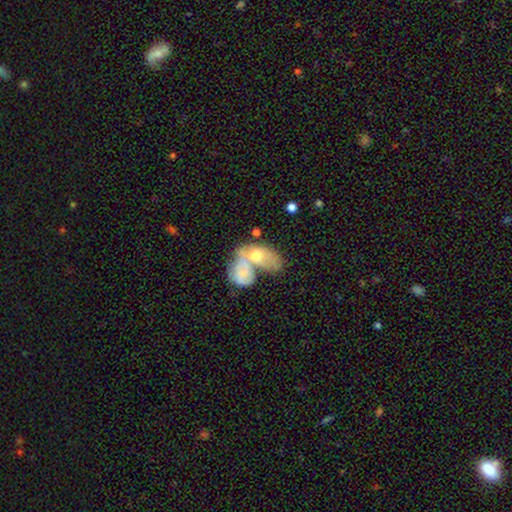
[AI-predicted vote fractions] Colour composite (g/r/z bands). It shows a smooth galaxy with no disk features (53%) that is in between round and cigar-shaped (84%). Merging: merger (71%).